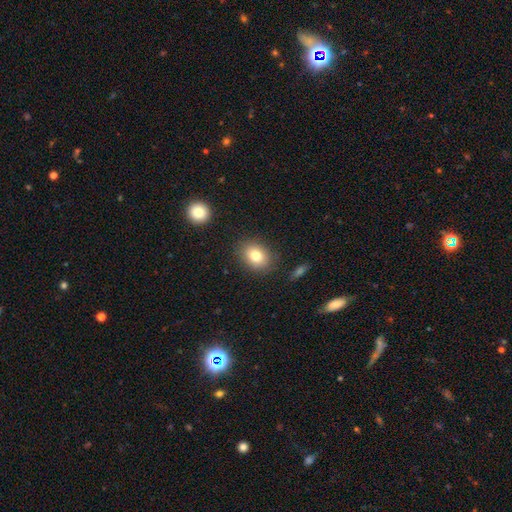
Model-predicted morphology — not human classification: This appears to be a smooth galaxy with no disk features (79%) that is in between round and cigar-shaped (58%). Merging: none (85%).